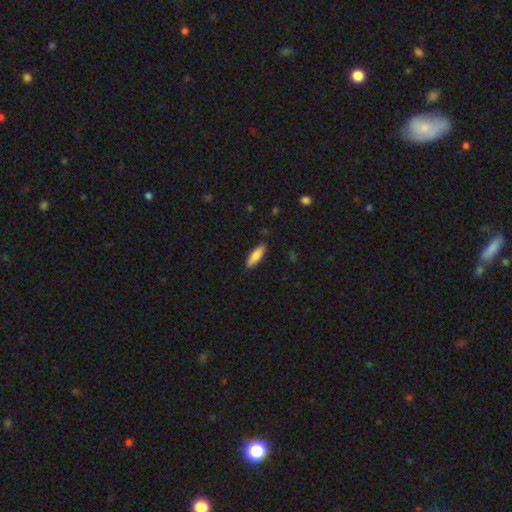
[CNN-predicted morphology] This is clearly a smooth galaxy (85%). How rounded: possibly cigar-shaped (51%). Merging: clearly none (88%).